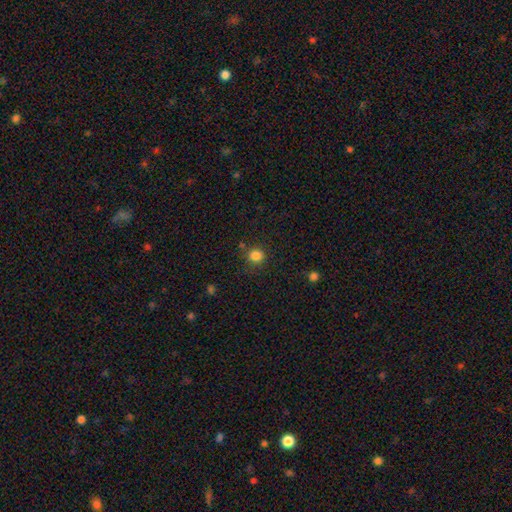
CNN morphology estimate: This appears to be a smooth galaxy with no disk features (84%) that is round (80%). Merging: none (79%).